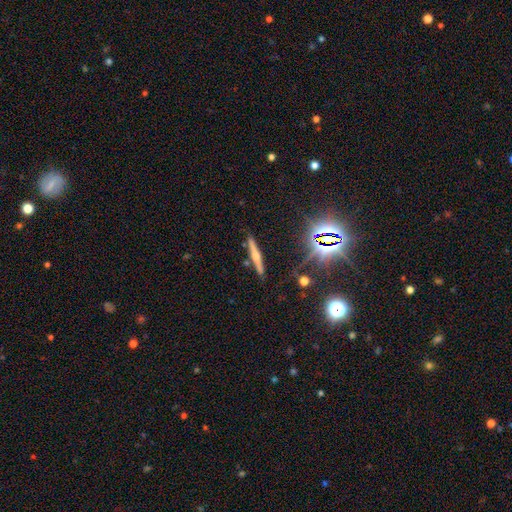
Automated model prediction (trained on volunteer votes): The model was most divided on "smooth or featured": featured or disk: 56%, smooth: 31%, star or artifact: 13%. More confident: edge-on disk — yes (96%); merging — none (86%); edge-on bulge — rounded (82%).